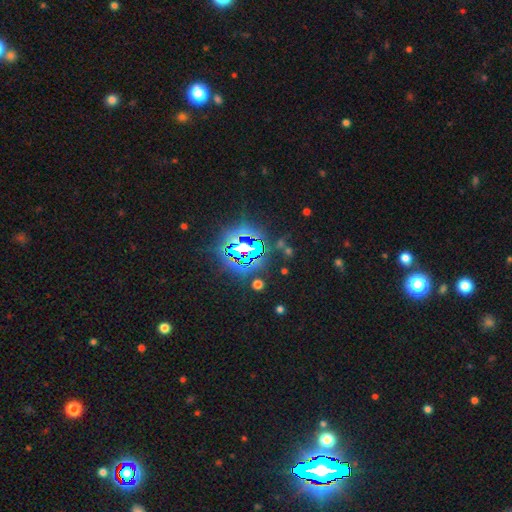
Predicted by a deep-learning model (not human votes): Smooth or featured? star or artifact (82%)